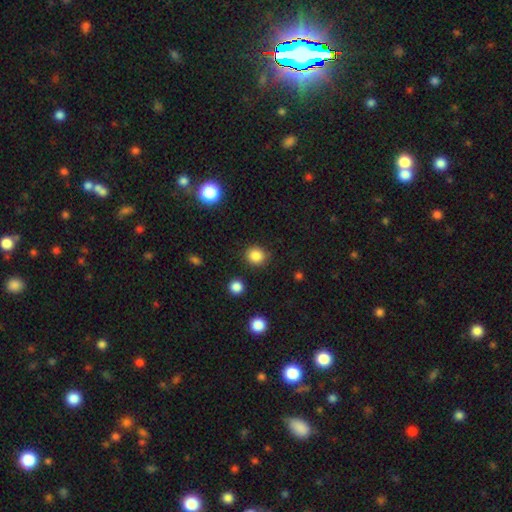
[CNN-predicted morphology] Smooth or featured?
  - smooth: 85% *
  - star or artifact: 11%
  - featured or disk: 4%
How rounded?
  - round: 86% *
  - in between: 13%
  - cigar-shaped: 1%
Merging?
  - none: 88% *
  - minor disturbance: 8%
  - major disturbance: 3%
  - merger: 2%